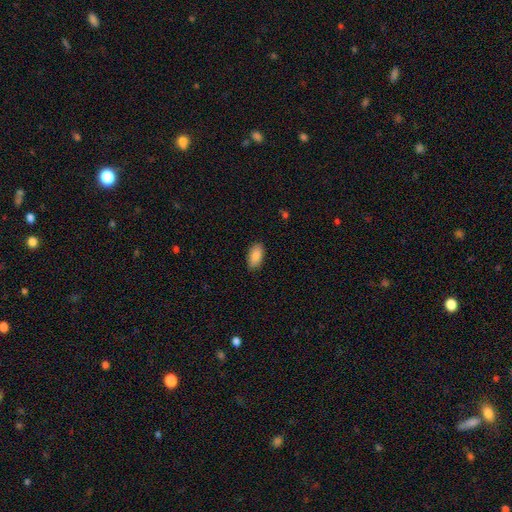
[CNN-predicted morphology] Smooth or featured? Predicted: smooth (p=0.88). How rounded? Predicted: in between (p=0.93). Merging? Predicted: none (p=0.87).